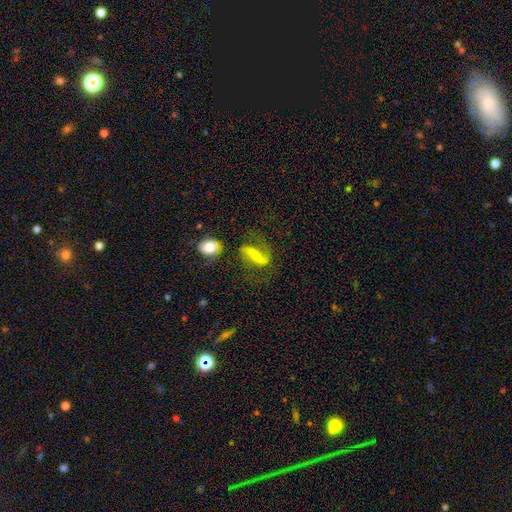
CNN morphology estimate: This is likely a featured or disk galaxy (75%). It is clearly not viewed edge-on (91%). Bar: possibly strong (58%). Spiral arm pattern: clearly yes (90%). Spiral arm count: clearly 2 (89%). Spiral winding: likely loose (63%). Central bulge: possibly small (55%). Merging: likely none (63%).